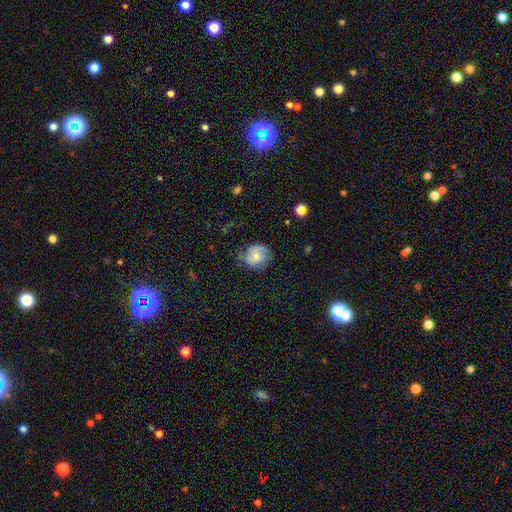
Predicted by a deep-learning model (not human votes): smooth_or_featured: smooth (p=0.59) [alt: featured or disk p=0.32]
how_rounded: round (p=0.72) [alt: in between p=0.27]
merging: none (p=0.63) [alt: minor disturbance p=0.27]